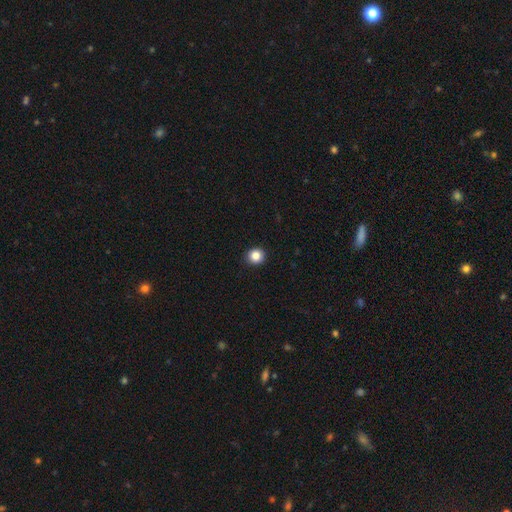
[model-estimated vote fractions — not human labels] smooth-or-featured: smooth: 85% | star or artifact: 11% | featured or disk: 4%
  how-rounded: round: 91% | in between: 8% | cigar-shaped: 1%
  merging: none: 93% | minor disturbance: 5% | major disturbance: 1% | merger: 1%